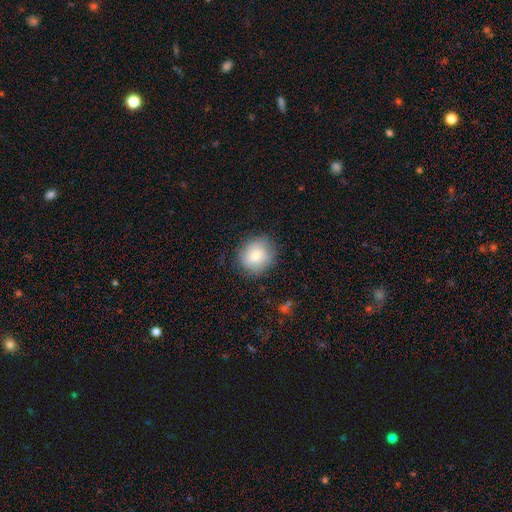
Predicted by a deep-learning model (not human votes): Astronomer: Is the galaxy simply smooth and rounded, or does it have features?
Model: smooth — 78%.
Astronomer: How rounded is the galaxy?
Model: round — 80%.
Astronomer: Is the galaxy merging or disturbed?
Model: none — 81%.